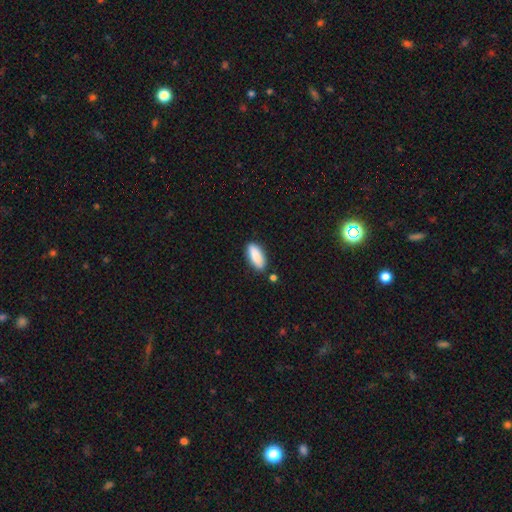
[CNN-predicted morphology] A smooth galaxy with no disk features (87%) that is in between round and cigar-shaped (79%). Merging: none (83%).